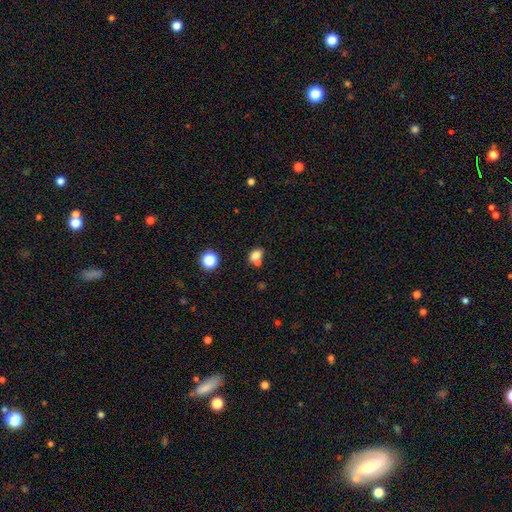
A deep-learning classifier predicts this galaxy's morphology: The model was most divided on "merging": none: 46%, merger: 36%, minor disturbance: 13%, major disturbance: 5%. More confident: smooth or featured — smooth (77%); how rounded — in between (64%).